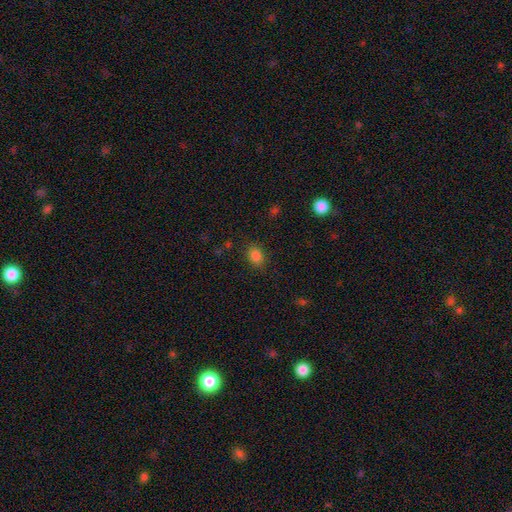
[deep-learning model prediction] Q: Smooth or featured?
A: smooth (84%); runner-up: star or artifact (12%)
Q: How rounded?
A: in between (66%); runner-up: round (33%)
Q: Merging?
A: none (82%); runner-up: minor disturbance (13%)